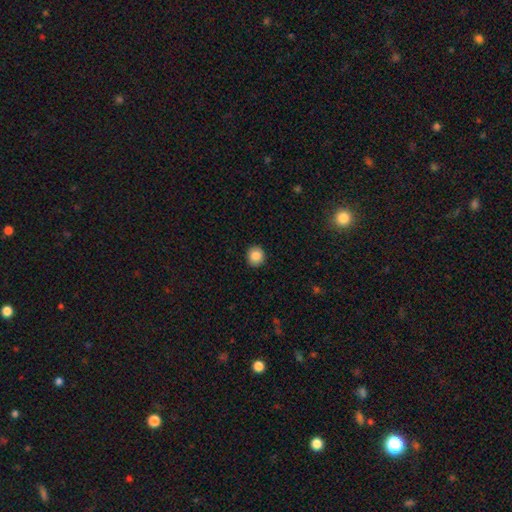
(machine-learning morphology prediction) Q: Smooth or featured?
A: smooth (87%); runner-up: star or artifact (9%)
Q: How rounded?
A: round (89%); runner-up: in between (10%)
Q: Merging?
A: none (92%); runner-up: minor disturbance (5%)